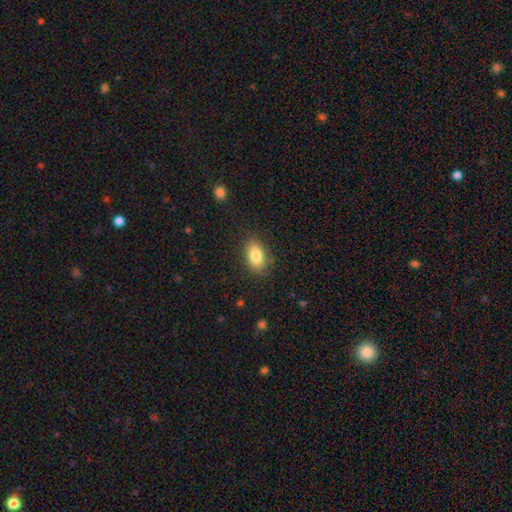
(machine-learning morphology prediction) smooth_or_featured: smooth (p=0.84) [alt: featured or disk p=0.08]
how_rounded: in between (p=0.89) [alt: round p=0.08]
merging: none (p=0.83) [alt: minor disturbance p=0.12]